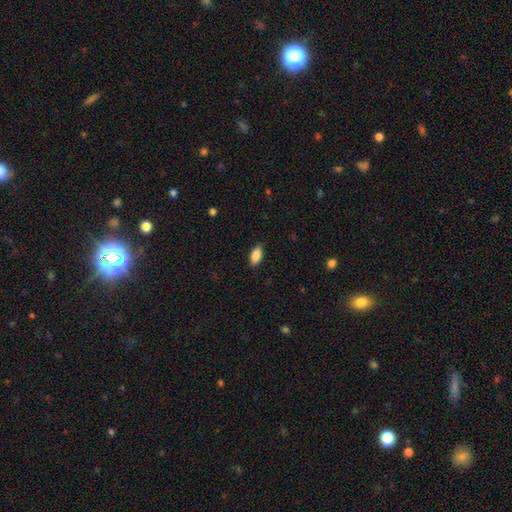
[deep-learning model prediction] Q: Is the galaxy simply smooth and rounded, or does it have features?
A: smooth — 86%.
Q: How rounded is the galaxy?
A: in between — 86%.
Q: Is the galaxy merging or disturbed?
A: none — 86%.